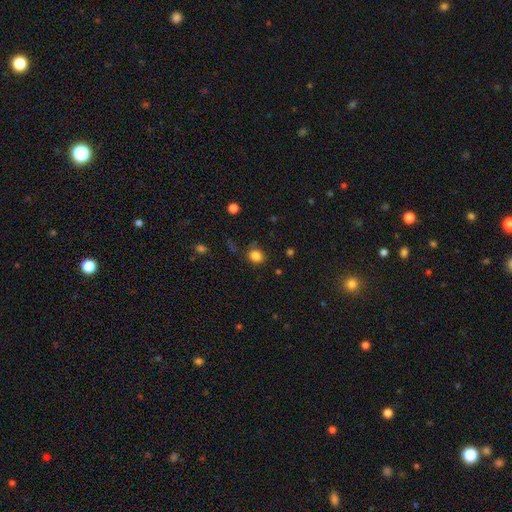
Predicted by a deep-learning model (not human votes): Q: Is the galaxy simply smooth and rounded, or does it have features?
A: smooth — 84%.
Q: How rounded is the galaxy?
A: round — 74%.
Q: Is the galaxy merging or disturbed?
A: none — 79%.